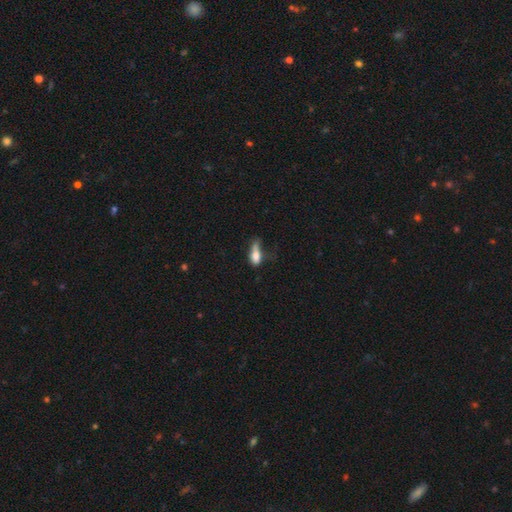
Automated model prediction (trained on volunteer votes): smooth_or_featured: smooth (p=0.73) [alt: featured or disk p=0.17]
how_rounded: in between (p=0.74) [alt: cigar-shaped p=0.21]
merging: major disturbance (p=0.38) [alt: minor disturbance p=0.32]